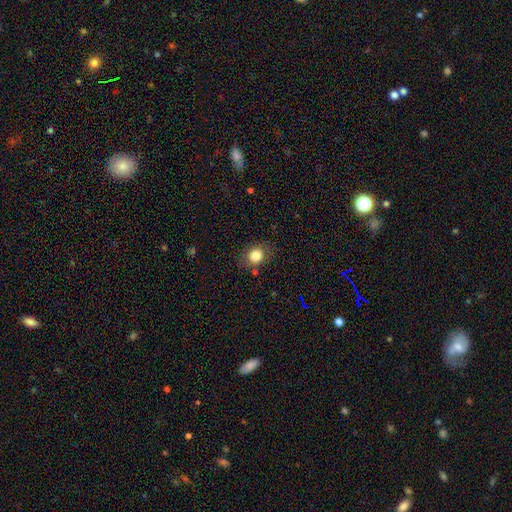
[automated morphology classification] Q: Smooth or featured?
A: smooth (81%); runner-up: star or artifact (10%)
Q: How rounded?
A: round (55%); runner-up: in between (44%)
Q: Merging?
A: none (78%); runner-up: minor disturbance (14%)